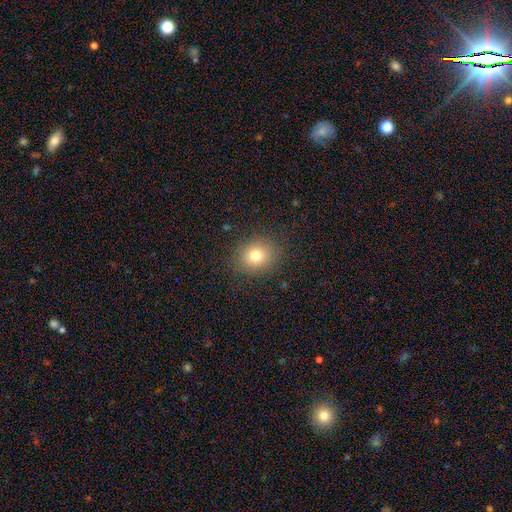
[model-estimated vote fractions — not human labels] The model was most divided on "how rounded": round: 68%, in between: 31%, cigar-shaped: 1%. More confident: merging — none (86%); smooth or featured — smooth (76%).